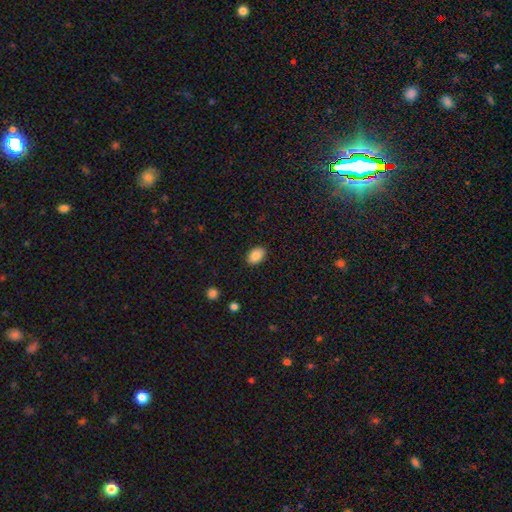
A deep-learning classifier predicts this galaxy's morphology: Q: Smooth or featured?
A: smooth (88%); runner-up: star or artifact (8%)
Q: How rounded?
A: in between (87%); runner-up: round (12%)
Q: Merging?
A: none (88%); runner-up: minor disturbance (9%)